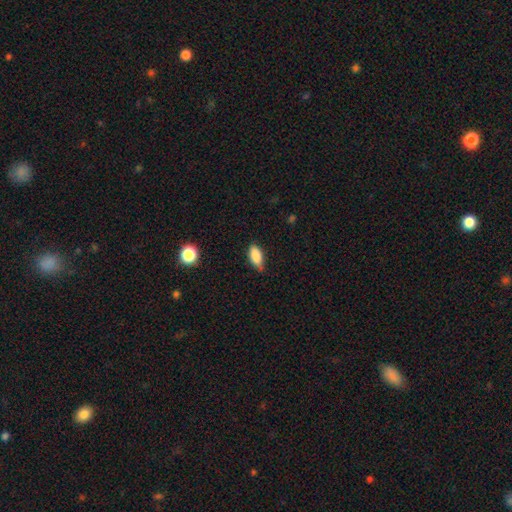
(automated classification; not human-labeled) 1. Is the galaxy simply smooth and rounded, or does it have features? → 85% smooth, 8% star or artifact, 7% featured or disk.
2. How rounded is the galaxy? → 88% in between, 8% cigar-shaped, 4% round.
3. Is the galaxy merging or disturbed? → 63% none, 31% minor disturbance, 5% major disturbance, 2% merger.